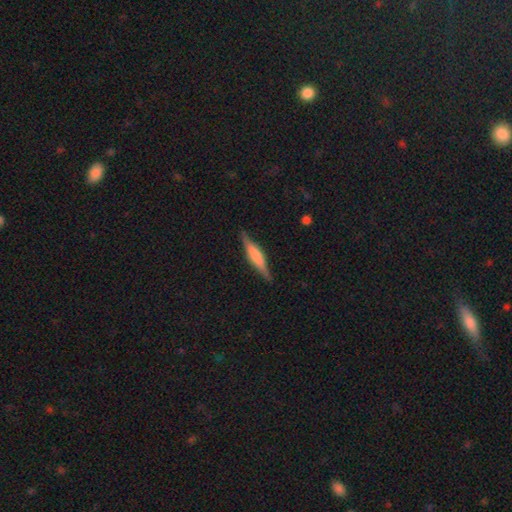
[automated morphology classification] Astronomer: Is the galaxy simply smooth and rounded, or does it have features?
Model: featured or disk — 50% (runner-up: smooth, 44%).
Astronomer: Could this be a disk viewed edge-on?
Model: yes — 96%.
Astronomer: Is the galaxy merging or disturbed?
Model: none — 86%.